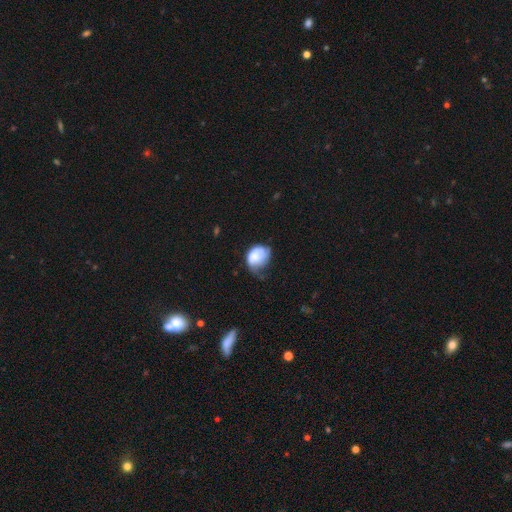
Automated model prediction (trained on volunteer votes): Overall: smooth (71%). How rounded: in between (56%; round 43%). Merging: minor disturbance (43%; major disturbance 29%).